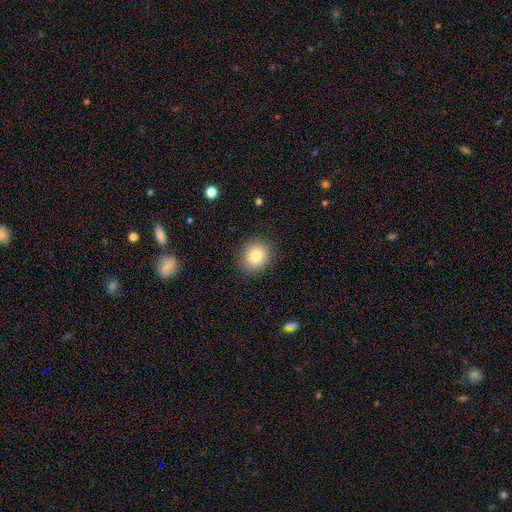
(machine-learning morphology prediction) smooth-or-featured: smooth: 82% | star or artifact: 10% | featured or disk: 8%
  how-rounded: round: 81% | in between: 18% | cigar-shaped: 1%
  merging: none: 88% | minor disturbance: 8% | major disturbance: 3% | merger: 1%